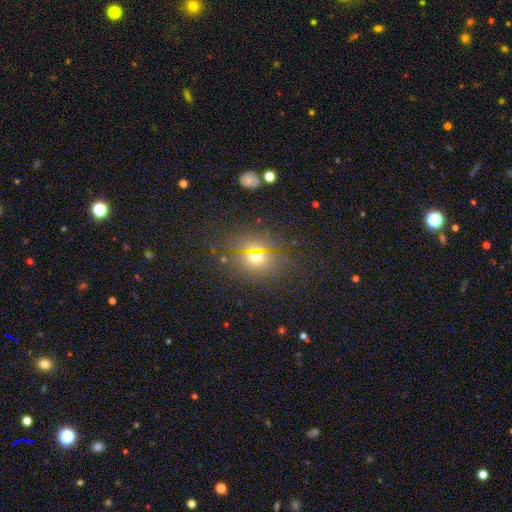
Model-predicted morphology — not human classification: Smooth or featured: smooth — 54% (star or artifact — 31%)
How rounded: round — 57% (in between — 40%)
Merging: none — 80% (minor disturbance — 11%)